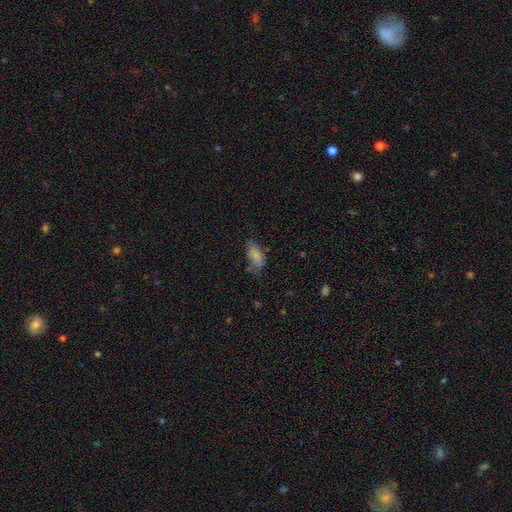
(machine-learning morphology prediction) Smooth or featured? smooth (81%)
How rounded? in between (92%)
Merging? none (59%)